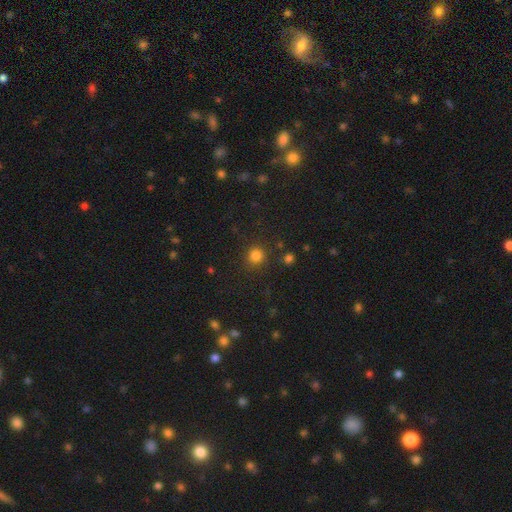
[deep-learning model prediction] Morphology: type=smooth (82%); roundness=round (91%); merging=none (87%).